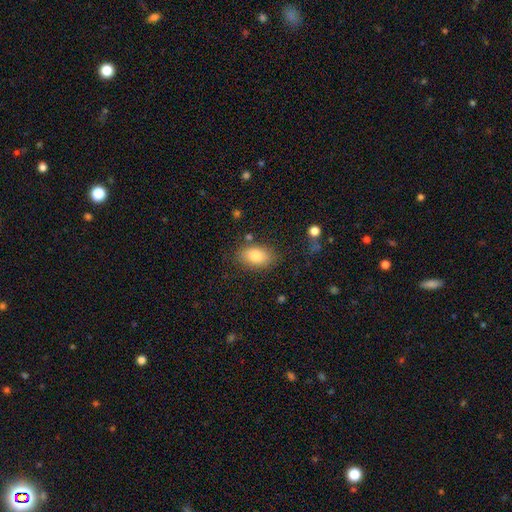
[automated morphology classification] Smooth or featured?
  - smooth: 82% *
  - featured or disk: 10%
  - star or artifact: 8%
How rounded?
  - in between: 88% *
  - round: 11%
  - cigar-shaped: 2%
Merging?
  - none: 78% *
  - minor disturbance: 14%
  - major disturbance: 4%
  - merger: 3%